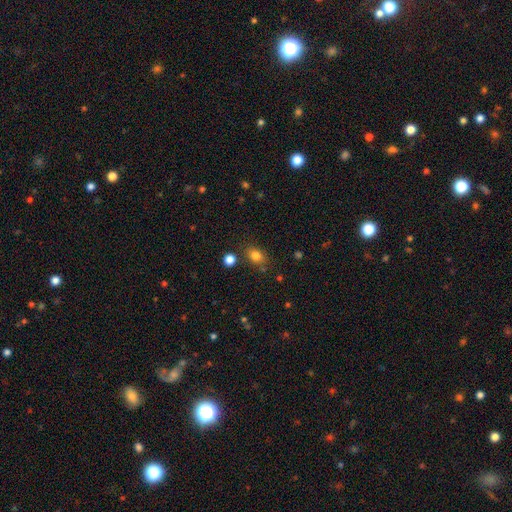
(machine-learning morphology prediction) smooth-or-featured: smooth: 82% | star or artifact: 12% | featured or disk: 6%
  how-rounded: in between: 59% | round: 40% | cigar-shaped: 1%
  merging: none: 77% | minor disturbance: 13% | merger: 6% | major disturbance: 4%